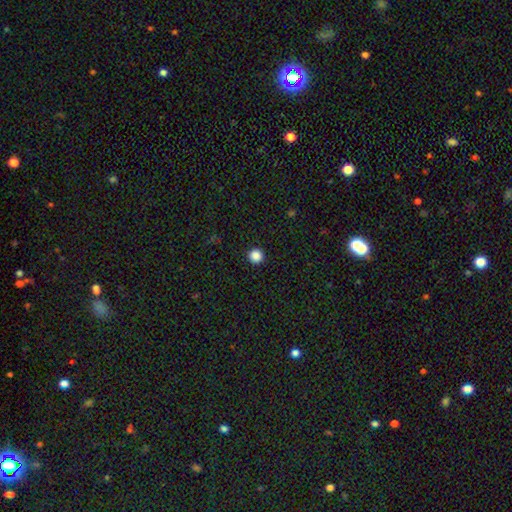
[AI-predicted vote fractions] Smooth or featured?
  - smooth: 87% *
  - star or artifact: 10%
  - featured or disk: 2%
How rounded?
  - round: 96% *
  - in between: 3%
  - cigar-shaped: 1%
Merging?
  - none: 94% *
  - minor disturbance: 4%
  - major disturbance: 1%
  - merger: 1%